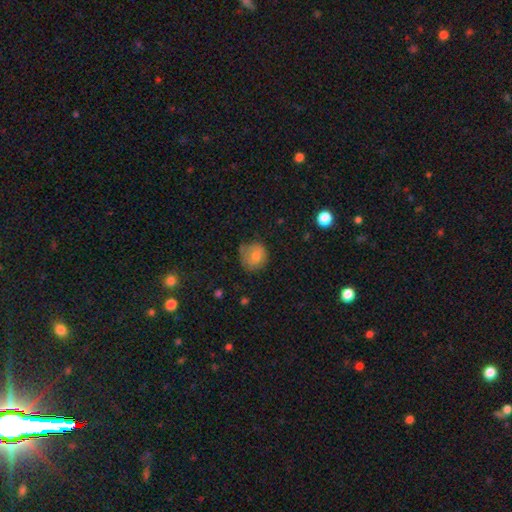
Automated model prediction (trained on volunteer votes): smooth_or_featured: smooth (p=0.71) [alt: featured or disk p=0.20]
how_rounded: round (p=0.84) [alt: in between p=0.15]
merging: none (p=0.63) [alt: minor disturbance p=0.26]